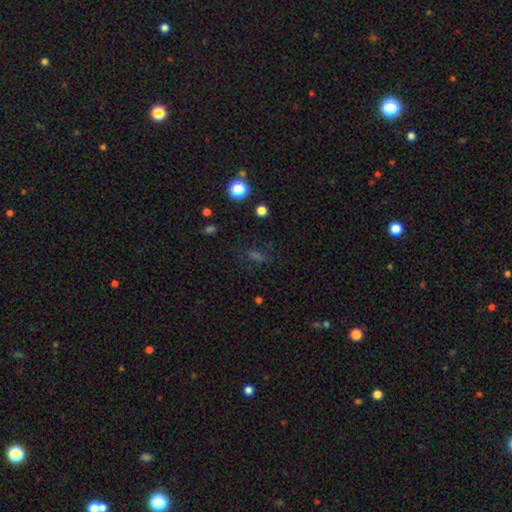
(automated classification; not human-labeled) Smooth or featured? Predicted: smooth (p=0.46). Merging? Predicted: none (p=0.71).